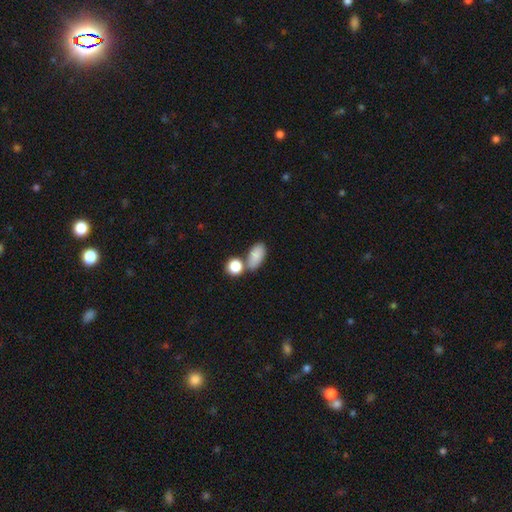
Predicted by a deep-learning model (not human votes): smooth 84%, star or artifact 8%, featured or disk 8%. Down the decision tree: how rounded — in between (86%); merging — none (55%).